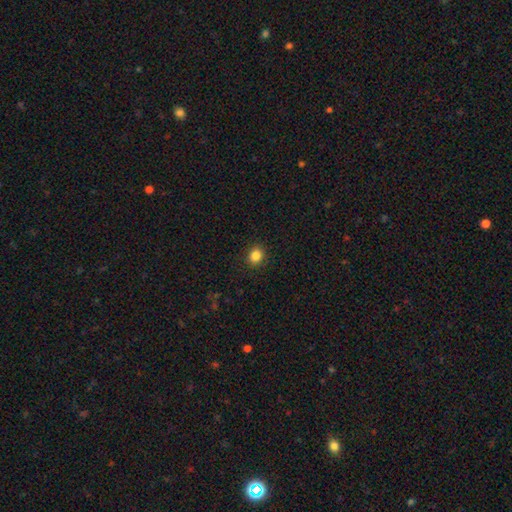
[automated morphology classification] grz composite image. It shows a smooth galaxy with no disk features (85%) that is round (69%). Merging: none (90%).